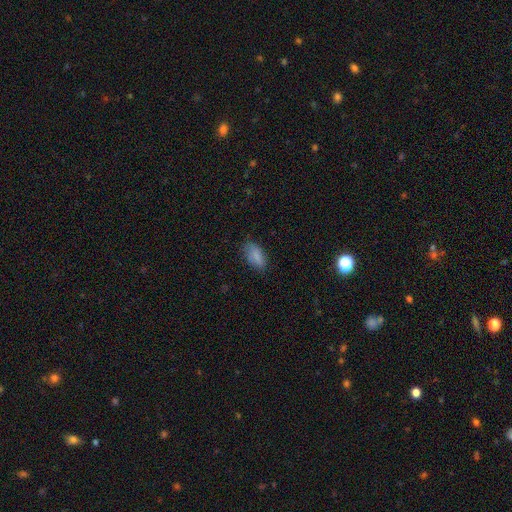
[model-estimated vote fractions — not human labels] Overall: smooth (84%). How rounded: in between (89%). Merging: none (73%).